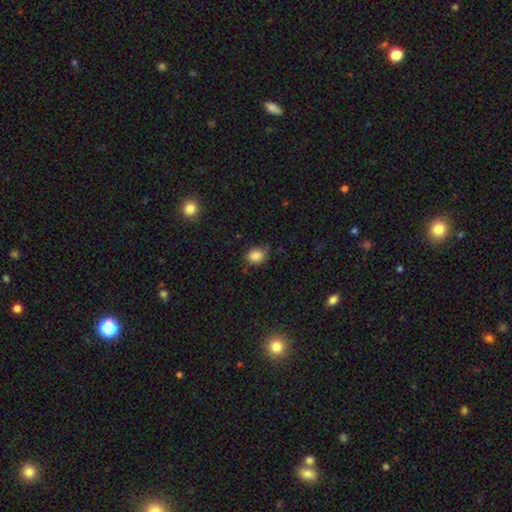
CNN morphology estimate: Smooth or featured? smooth (84%)
How rounded? round (51%)
Merging? none (65%)